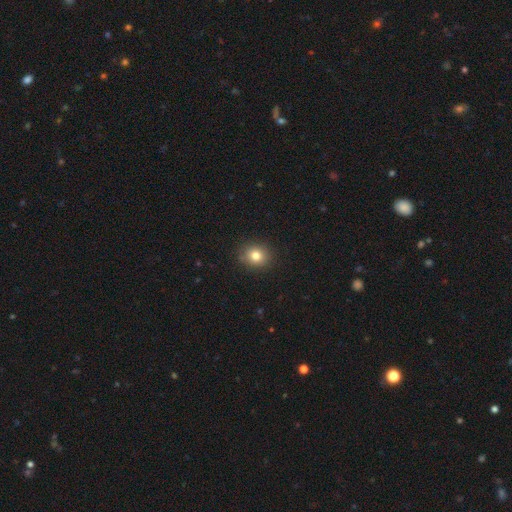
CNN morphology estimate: smooth_or_featured: smooth (p=0.80) [alt: star or artifact p=0.12]
how_rounded: round (p=0.76) [alt: in between p=0.23]
merging: none (p=0.89) [alt: minor disturbance p=0.08]